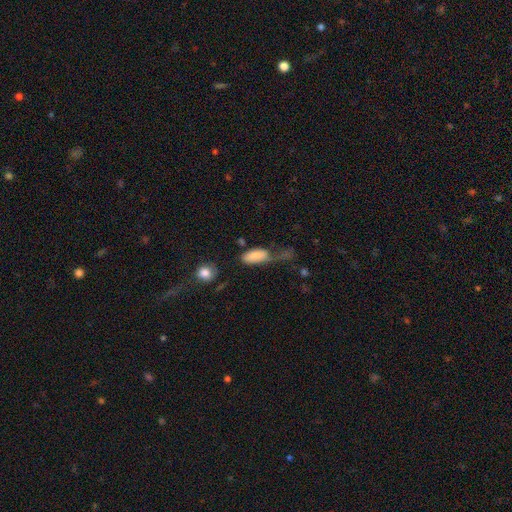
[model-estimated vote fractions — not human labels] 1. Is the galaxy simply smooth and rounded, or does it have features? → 80% smooth, 12% featured or disk, 7% star or artifact.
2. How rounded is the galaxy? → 90% in between, 7% cigar-shaped, 3% round.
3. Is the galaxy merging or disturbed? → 39% major disturbance, 26% none, 24% minor disturbance, 10% merger.